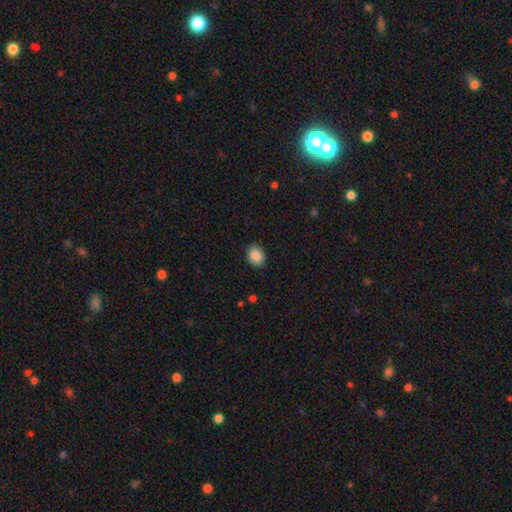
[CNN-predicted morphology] Smooth or featured?
  - smooth: 88% *
  - star or artifact: 8%
  - featured or disk: 4%
How rounded?
  - in between: 61% *
  - round: 38%
  - cigar-shaped: 1%
Merging?
  - none: 86% *
  - minor disturbance: 11%
  - major disturbance: 2%
  - merger: 1%